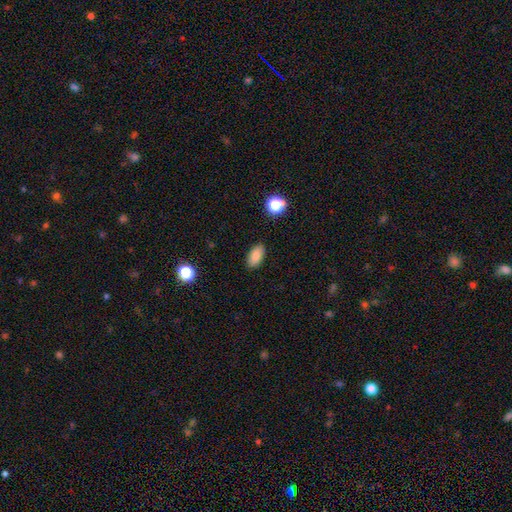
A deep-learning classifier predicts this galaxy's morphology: This is clearly a smooth galaxy (84%). How rounded: clearly in between (91%). Merging: clearly none (87%).